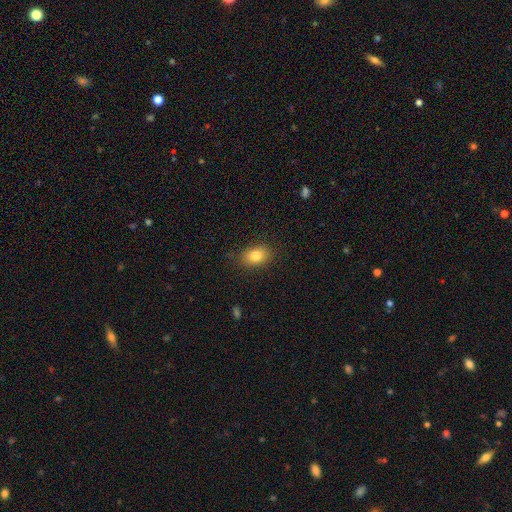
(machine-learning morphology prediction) Overall: smooth (82%). How rounded: in between (77%). Merging: none (85%).